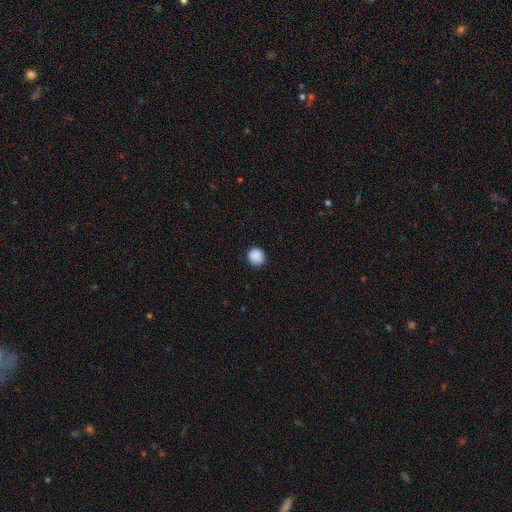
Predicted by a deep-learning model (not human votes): This is clearly a smooth galaxy (89%). How rounded: clearly round (92%). Merging: clearly none (92%).